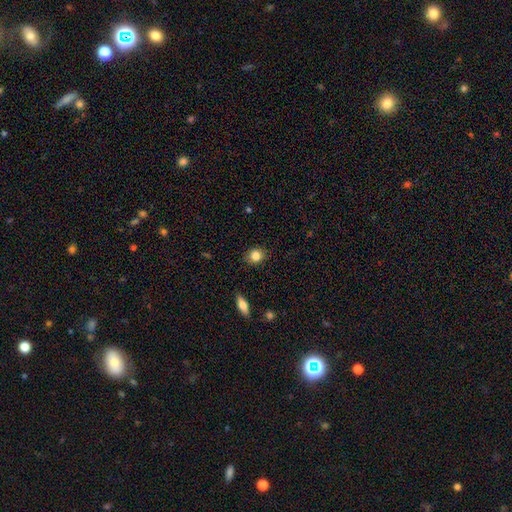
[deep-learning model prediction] Q: Smooth or featured?
A: smooth (83%); runner-up: star or artifact (10%)
Q: How rounded?
A: round (68%); runner-up: in between (30%)
Q: Merging?
A: none (87%); runner-up: minor disturbance (10%)